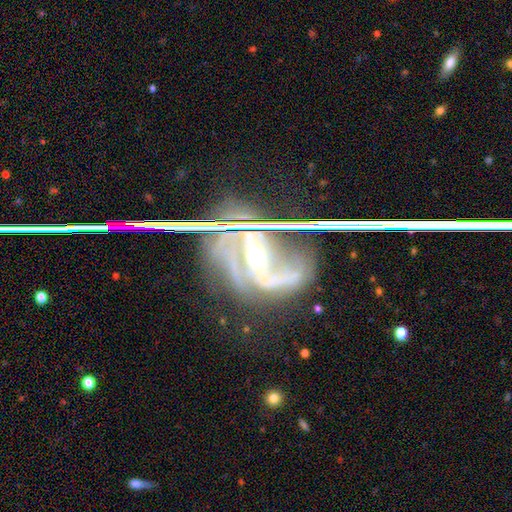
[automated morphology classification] A featured or disk galaxy (83%) with a strong bar (46%), 2 (66%) medium (46%) spiral arms (94%) and a moderate central bulge (52%). Merging: none (51%).